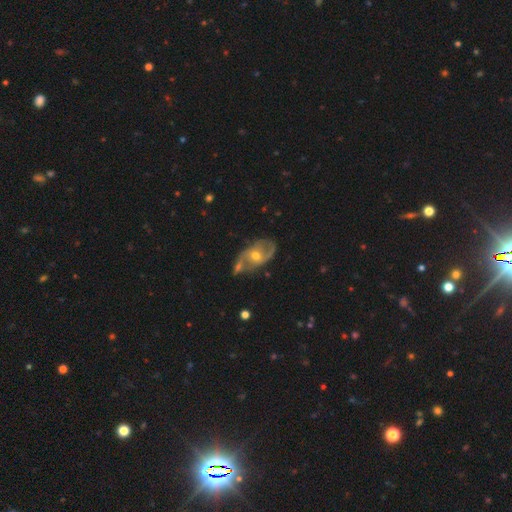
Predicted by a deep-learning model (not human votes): Smooth or featured: featured or disk — 77% (smooth — 16%)
Edge-on disk: no — 95% (yes — 5%)
Bar: no — 55% (weak — 35%)
Spiral arms: yes — 84% (no — 16%)
Spiral winding: medium — 44% (loose — 39%)
Spiral arm count: 2 — 80% (can't tell — 10%)
Bulge size: moderate — 64% (small — 31%)
Merging: none — 52% (minor disturbance — 23%)